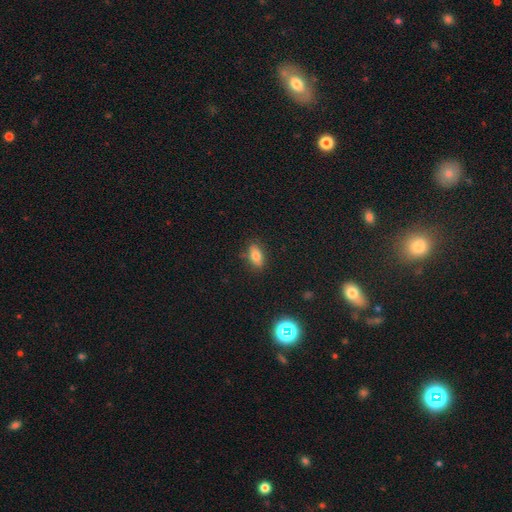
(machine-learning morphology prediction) A smooth galaxy with no disk features (76%) that is in between round and cigar-shaped (83%). Merging: none (82%).